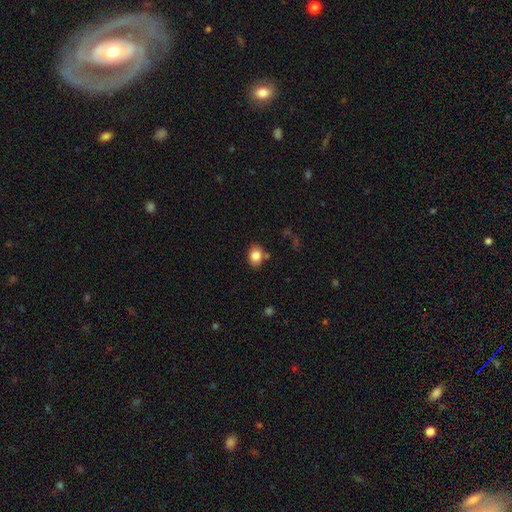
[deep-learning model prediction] The model was most divided on "how rounded": in between: 57%, round: 42%, cigar-shaped: 1%. More confident: smooth or featured — smooth (82%); merging — none (78%).